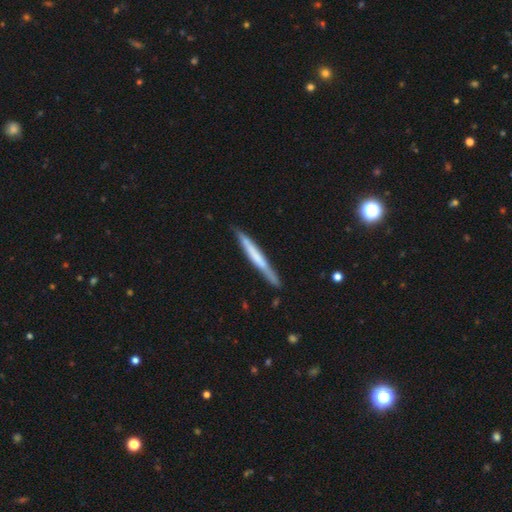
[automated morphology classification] smooth_or_featured: featured or disk (p=0.48) [alt: smooth p=0.46]
merging: none (p=0.85) [alt: minor disturbance p=0.11]